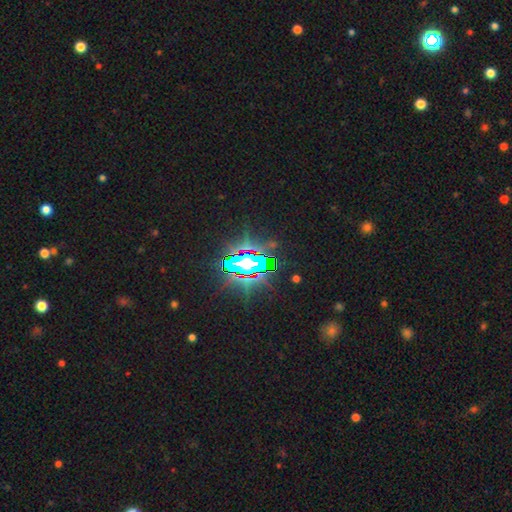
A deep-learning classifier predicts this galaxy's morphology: type=star or artifact (84%).